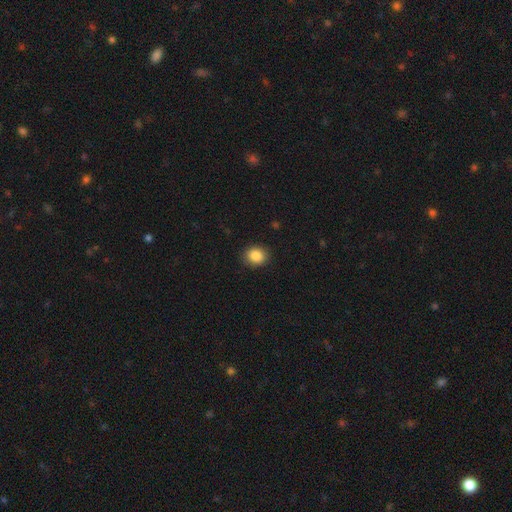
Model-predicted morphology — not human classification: Smooth or featured: smooth — 87% (star or artifact — 9%)
How rounded: round — 59% (in between — 40%)
Merging: none — 88% (minor disturbance — 9%)